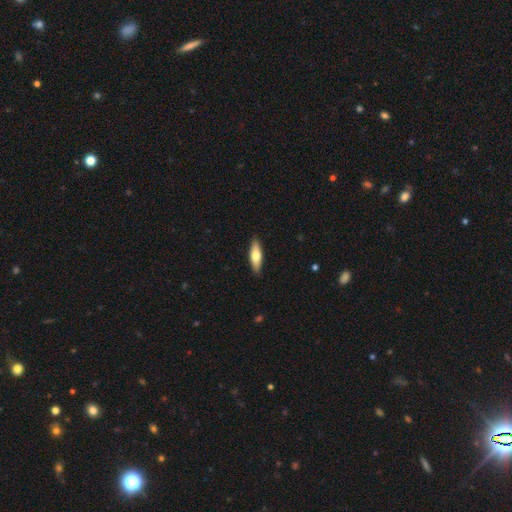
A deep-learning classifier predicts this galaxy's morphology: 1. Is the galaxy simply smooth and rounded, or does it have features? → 64% smooth, 30% featured or disk, 5% star or artifact.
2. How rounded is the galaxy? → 50% cigar-shaped, 48% in between, 2% round.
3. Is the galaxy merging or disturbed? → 89% none, 8% minor disturbance, 2% major disturbance, 1% merger.